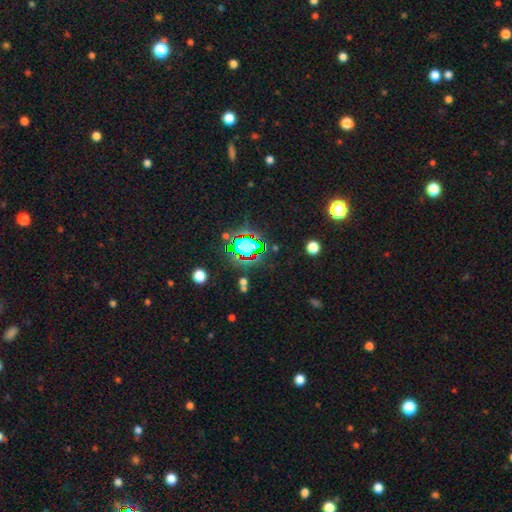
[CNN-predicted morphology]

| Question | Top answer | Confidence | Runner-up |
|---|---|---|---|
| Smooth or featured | star or artifact | 79% | smooth (13%) |